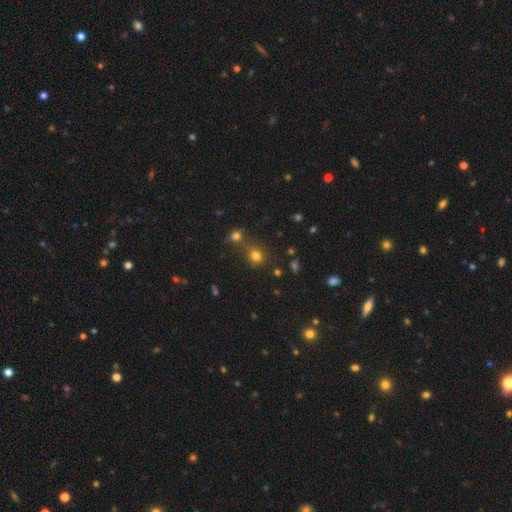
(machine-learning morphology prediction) Smooth or featured: smooth — 74% (star or artifact — 19%)
How rounded: round — 80% (in between — 19%)
Merging: none — 68% (merger — 19%)